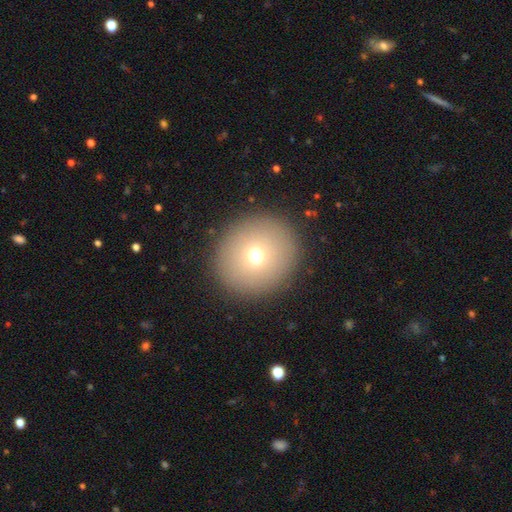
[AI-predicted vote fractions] Smooth or featured? Predicted: smooth (p=0.69). How rounded? Predicted: round (p=0.91). Merging? Predicted: none (p=0.90).